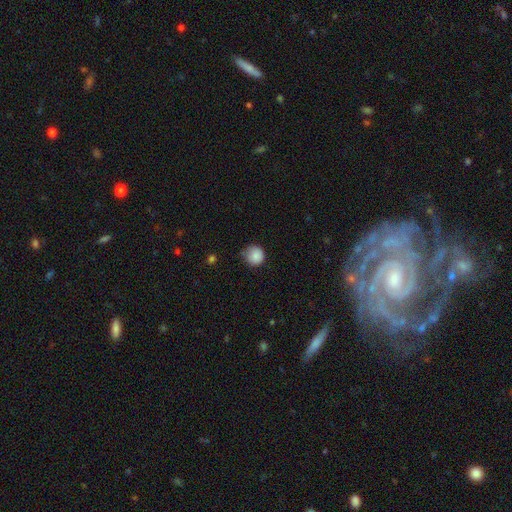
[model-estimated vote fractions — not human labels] smooth-or-featured: smooth: 87% | star or artifact: 9% | featured or disk: 5%
  how-rounded: round: 91% | in between: 8% | cigar-shaped: 1%
  merging: none: 67% | minor disturbance: 27% | major disturbance: 5% | merger: 2%